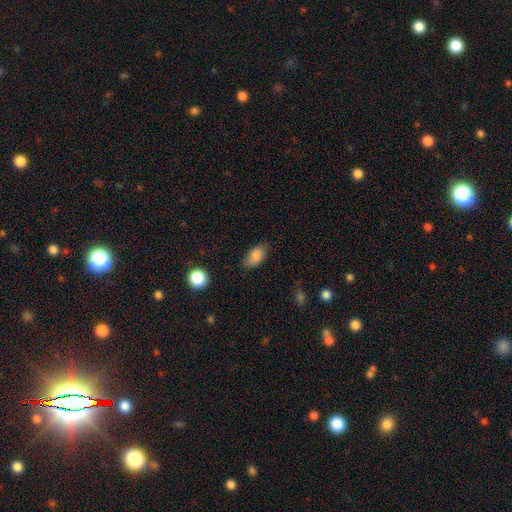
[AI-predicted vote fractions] smooth_or_featured: smooth (p=0.85) [alt: star or artifact p=0.08]
how_rounded: in between (p=0.90) [alt: round p=0.07]
merging: none (p=0.72) [alt: minor disturbance p=0.22]